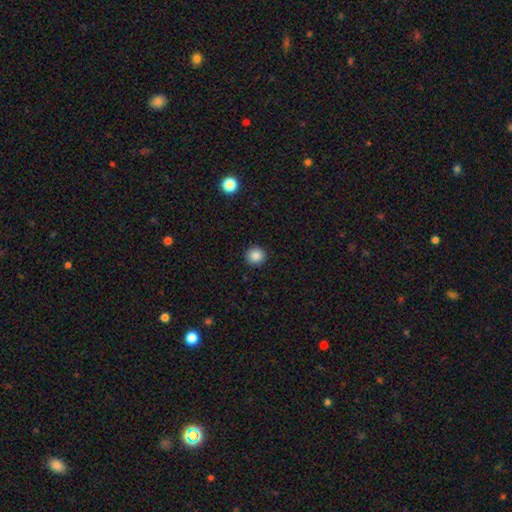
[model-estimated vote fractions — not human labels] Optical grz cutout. It shows a smooth galaxy with no disk features (86%) that is round (93%). Merging: none (93%).